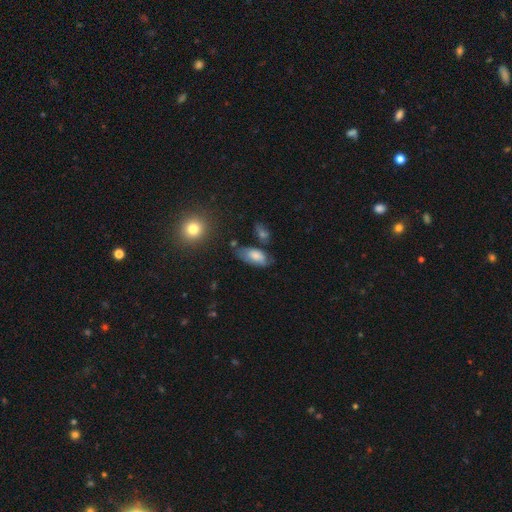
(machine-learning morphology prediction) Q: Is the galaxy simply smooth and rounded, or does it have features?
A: smooth — 71%.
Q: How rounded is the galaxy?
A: in between — 90%.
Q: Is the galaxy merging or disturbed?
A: none — 53%.